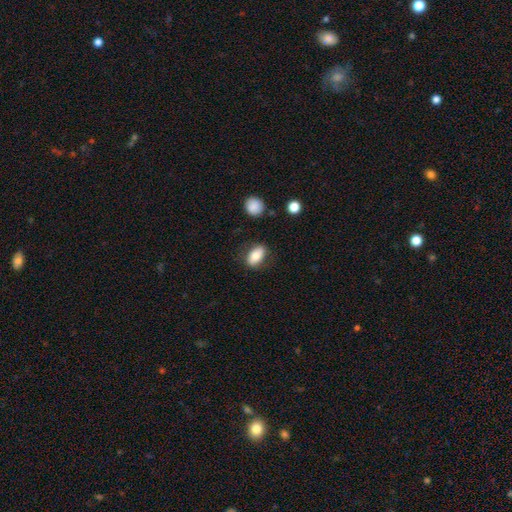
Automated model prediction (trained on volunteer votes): This is likely a smooth galaxy (78%). How rounded: clearly in between (88%). Merging: clearly none (80%).